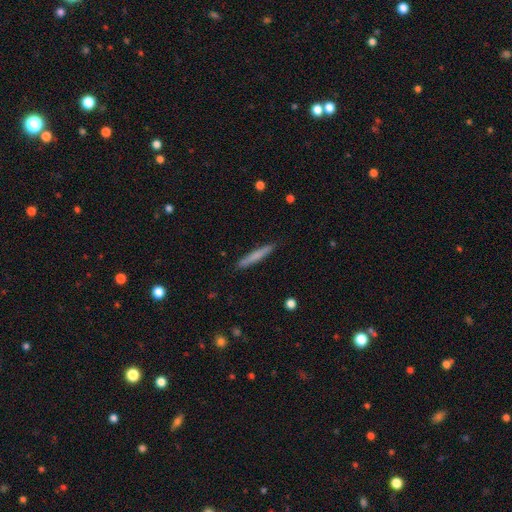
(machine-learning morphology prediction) smooth_or_featured: smooth (p=0.68) [alt: featured or disk p=0.26]
how_rounded: cigar-shaped (p=0.96) [alt: in between p=0.03]
merging: none (p=0.90) [alt: minor disturbance p=0.07]